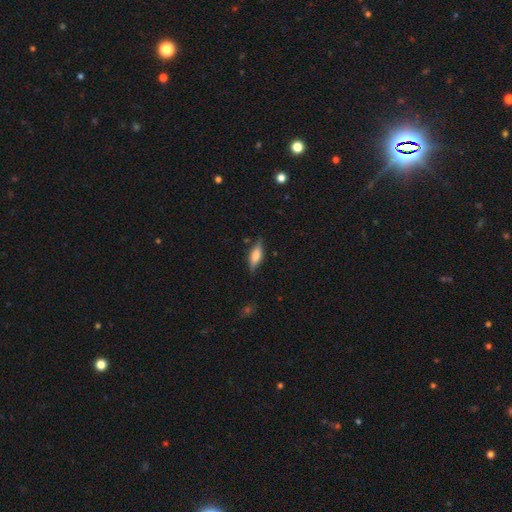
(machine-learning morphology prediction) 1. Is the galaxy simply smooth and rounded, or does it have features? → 51% smooth, 42% featured or disk, 7% star or artifact.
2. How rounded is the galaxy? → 54% in between, 43% cigar-shaped, 3% round.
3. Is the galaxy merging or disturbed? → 80% none, 15% minor disturbance, 3% major disturbance, 1% merger.